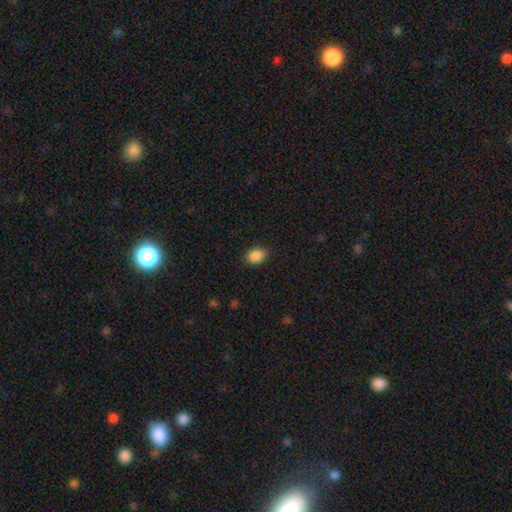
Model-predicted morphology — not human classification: Smooth or featured?
  - smooth: 89% *
  - star or artifact: 8%
  - featured or disk: 3%
How rounded?
  - in between: 71% *
  - round: 28%
  - cigar-shaped: 1%
Merging?
  - none: 88% *
  - minor disturbance: 9%
  - major disturbance: 2%
  - merger: 1%